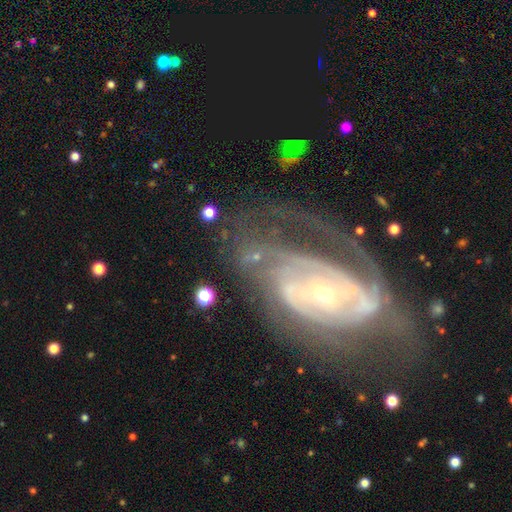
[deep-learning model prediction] The model was most divided on "spiral winding": tight: 49%, medium: 38%, loose: 14%. Remaining: edge-on disk — no (95%); spiral arms — yes (92%); smooth or featured — featured or disk (80%); bulge size — small (70%); merging — none (56%); bar — no (44%); spiral arm count — 2 (38%).